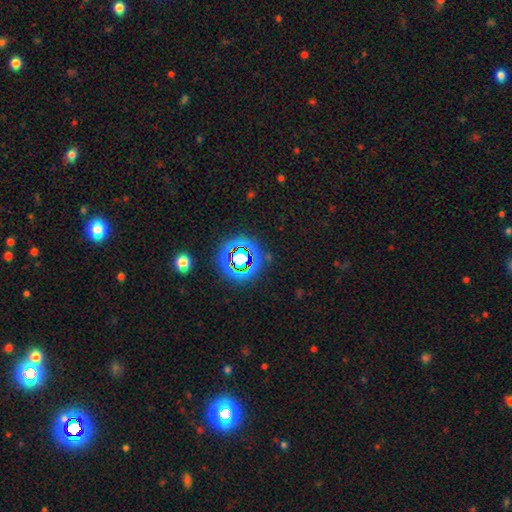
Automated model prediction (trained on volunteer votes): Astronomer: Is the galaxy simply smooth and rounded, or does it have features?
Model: star or artifact — 59%.